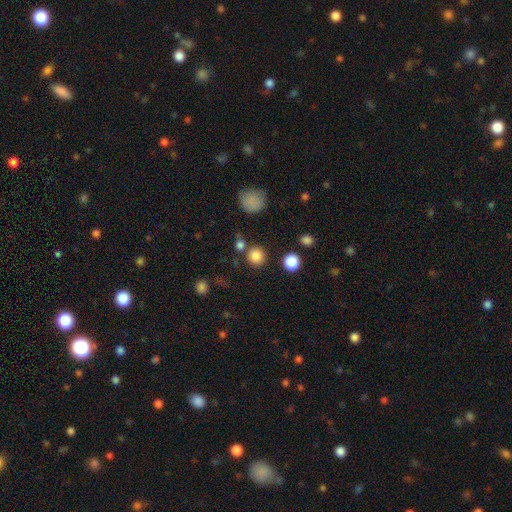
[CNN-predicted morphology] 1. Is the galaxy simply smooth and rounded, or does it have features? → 83% smooth, 13% star or artifact, 4% featured or disk.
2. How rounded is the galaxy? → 92% round, 7% in between, 1% cigar-shaped.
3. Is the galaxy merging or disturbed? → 82% none, 8% merger, 7% minor disturbance, 3% major disturbance.